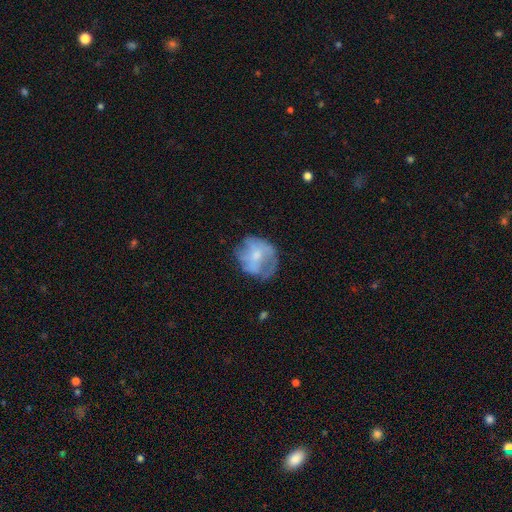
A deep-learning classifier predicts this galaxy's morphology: type=featured or disk (48%); merging=none (53%).